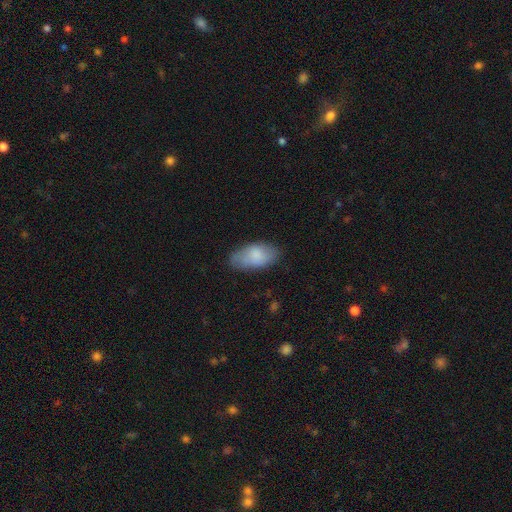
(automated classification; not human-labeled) Smooth or featured: smooth — 80% (featured or disk — 14%)
How rounded: in between — 94% (round — 3%)
Merging: none — 71% (minor disturbance — 22%)